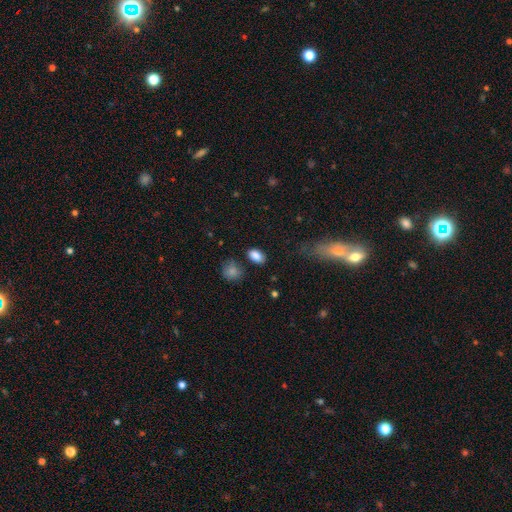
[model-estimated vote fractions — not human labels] Morphology: type=smooth (87%); roundness=in between (89%); merging=none (82%).